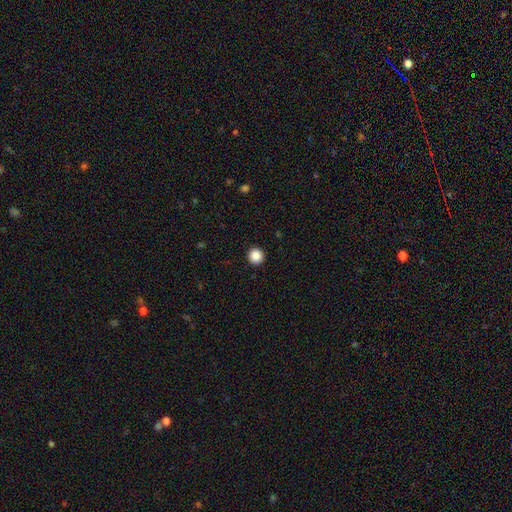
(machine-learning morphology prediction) Q: Smooth or featured?
A: smooth (88%); runner-up: star or artifact (10%)
Q: How rounded?
A: round (95%); runner-up: in between (4%)
Q: Merging?
A: none (94%); runner-up: minor disturbance (4%)